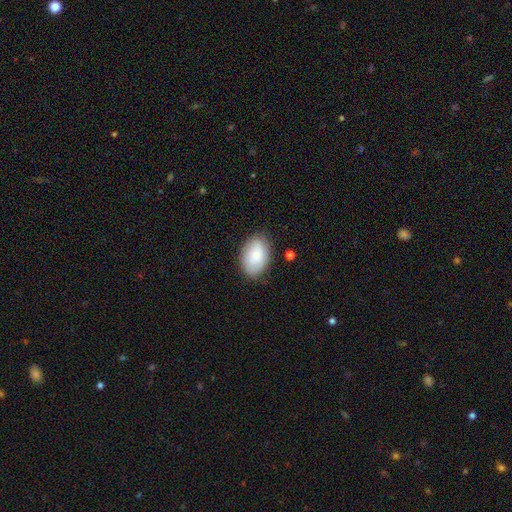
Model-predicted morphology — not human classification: Q: Smooth or featured?
A: smooth (82%); runner-up: featured or disk (11%)
Q: How rounded?
A: in between (90%); runner-up: round (9%)
Q: Merging?
A: none (79%); runner-up: minor disturbance (16%)